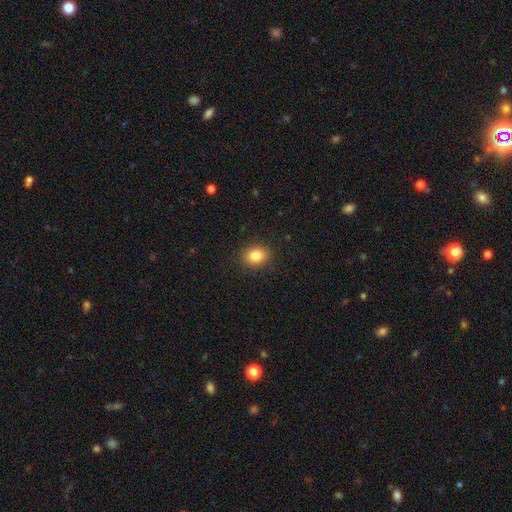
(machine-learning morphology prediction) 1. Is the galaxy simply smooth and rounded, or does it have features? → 84% smooth, 9% star or artifact, 6% featured or disk.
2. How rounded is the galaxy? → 60% in between, 39% round, 1% cigar-shaped.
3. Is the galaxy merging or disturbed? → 88% none, 9% minor disturbance, 3% major disturbance, 1% merger.